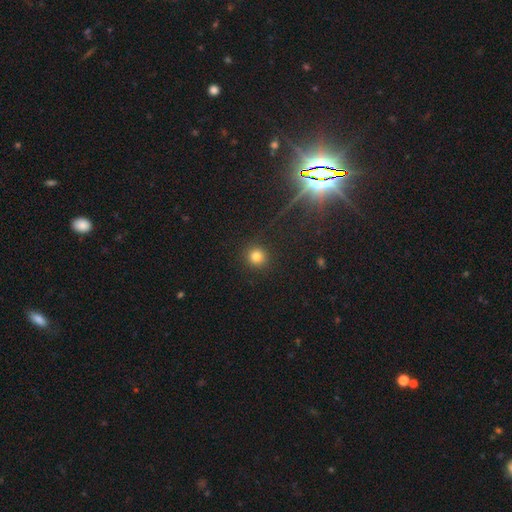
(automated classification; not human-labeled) Smooth or featured?
  - smooth: 75% *
  - star or artifact: 18%
  - featured or disk: 7%
How rounded?
  - round: 94% *
  - in between: 5%
  - cigar-shaped: 1%
Merging?
  - none: 92% *
  - minor disturbance: 5%
  - major disturbance: 2%
  - merger: 1%